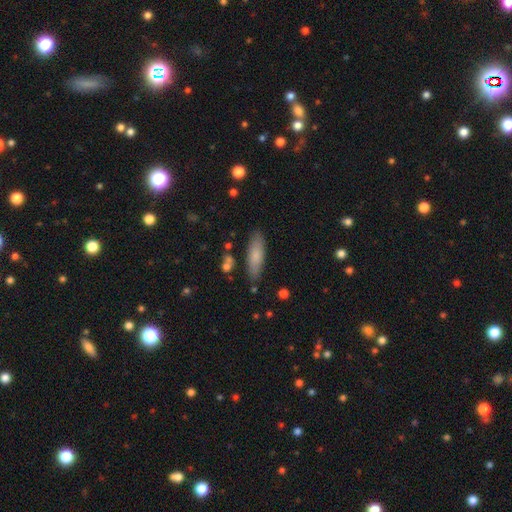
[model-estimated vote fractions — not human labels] A smooth galaxy with no disk features (78%) that is cigar-shaped (54%). Merging: none (84%).